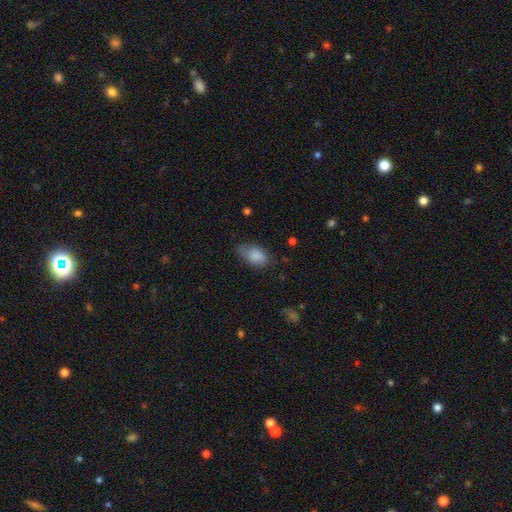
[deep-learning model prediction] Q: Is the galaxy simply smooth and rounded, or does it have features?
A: smooth — 84%.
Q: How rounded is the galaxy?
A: in between — 91%.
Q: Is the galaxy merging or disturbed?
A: none — 59%.